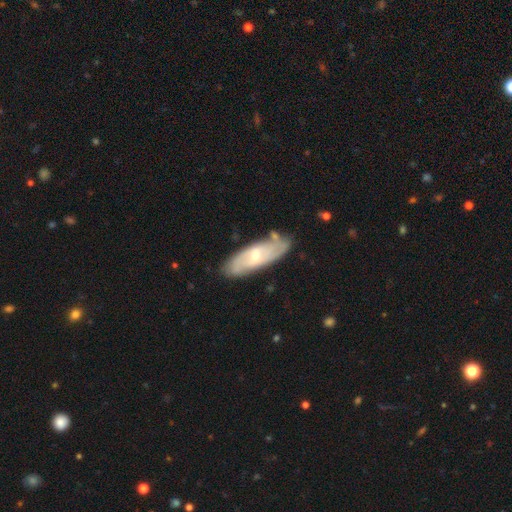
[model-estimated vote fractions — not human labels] This appears to be a featured or disk galaxy (67%) with a weak bar (47%), spiral arms (80%) and a small central bulge (55%). Merging: none (77%).